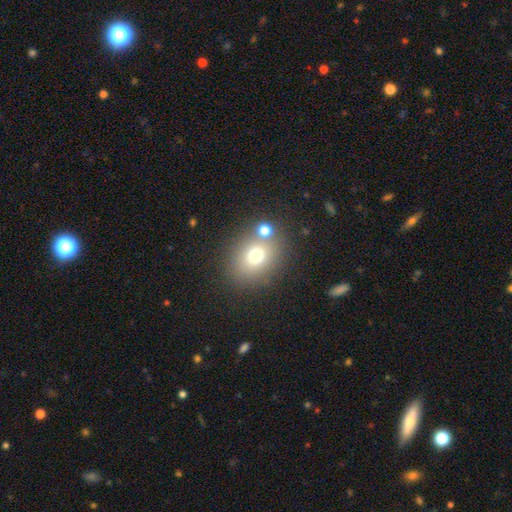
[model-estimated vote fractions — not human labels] Overall: smooth (71%). How rounded: round (59%; in between 40%). Merging: none (69%).